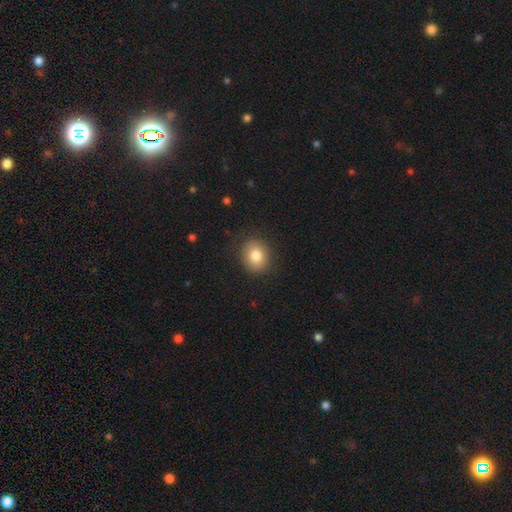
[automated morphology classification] Overall: smooth (81%). How rounded: round (67%; in between 32%). Merging: none (87%).